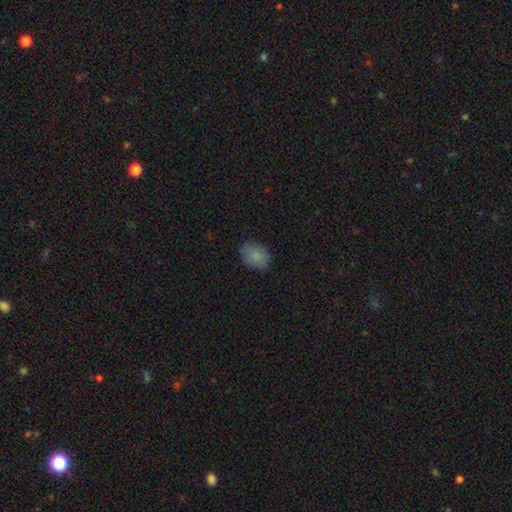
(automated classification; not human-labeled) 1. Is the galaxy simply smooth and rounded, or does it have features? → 85% smooth, 8% star or artifact, 7% featured or disk.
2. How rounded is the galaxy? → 70% in between, 29% round, 1% cigar-shaped.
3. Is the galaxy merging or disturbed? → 80% none, 15% minor disturbance, 3% major disturbance, 1% merger.